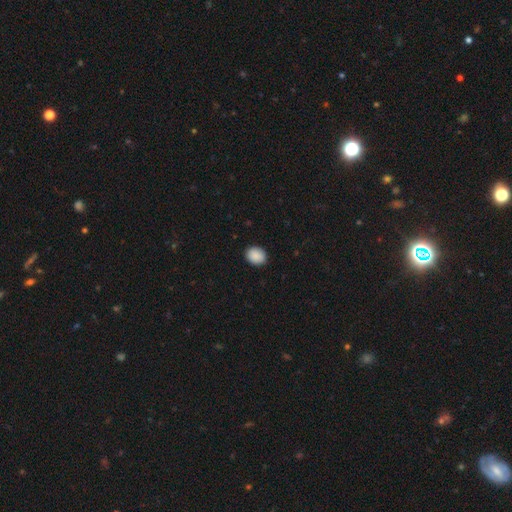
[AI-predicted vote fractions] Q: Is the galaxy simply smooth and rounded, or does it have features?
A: smooth — 90%.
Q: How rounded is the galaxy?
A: in between — 52%.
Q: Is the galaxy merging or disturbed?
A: none — 90%.